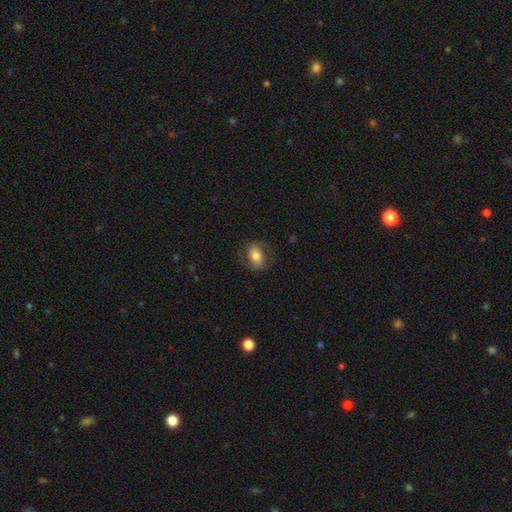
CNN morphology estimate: This appears to be a smooth galaxy with no disk features (68%) that is in between round and cigar-shaped (84%). Merging: none (72%).